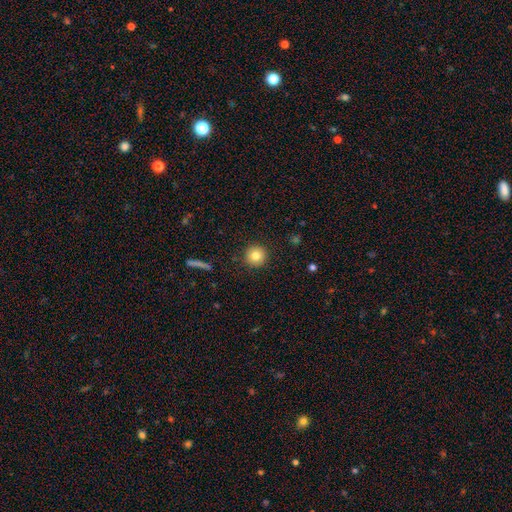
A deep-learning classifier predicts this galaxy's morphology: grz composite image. It shows a smooth galaxy with no disk features (81%) that is round (95%). Merging: none (91%).